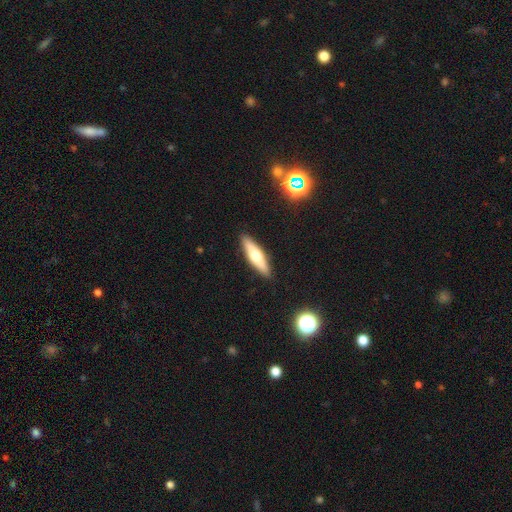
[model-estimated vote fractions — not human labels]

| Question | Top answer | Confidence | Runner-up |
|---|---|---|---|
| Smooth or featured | smooth | 50% | featured or disk (44%) |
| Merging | none | 90% | minor disturbance (7%) |